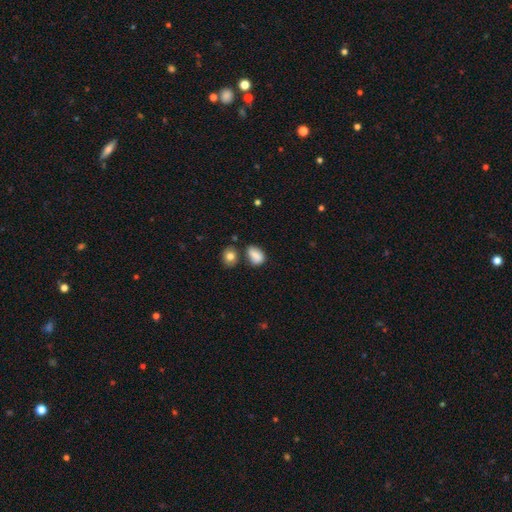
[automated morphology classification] smooth 82%, star or artifact 10%, featured or disk 9%. Down the decision tree: how rounded — in between (82%); merging — none (56%).